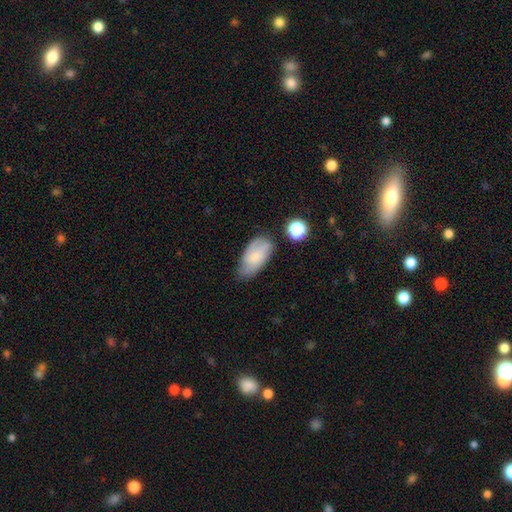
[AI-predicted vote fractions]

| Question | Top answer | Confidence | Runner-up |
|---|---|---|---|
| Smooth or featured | smooth | 64% | featured or disk (28%) |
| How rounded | in between | 92% | round (4%) |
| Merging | none | 60% | minor disturbance (29%) |